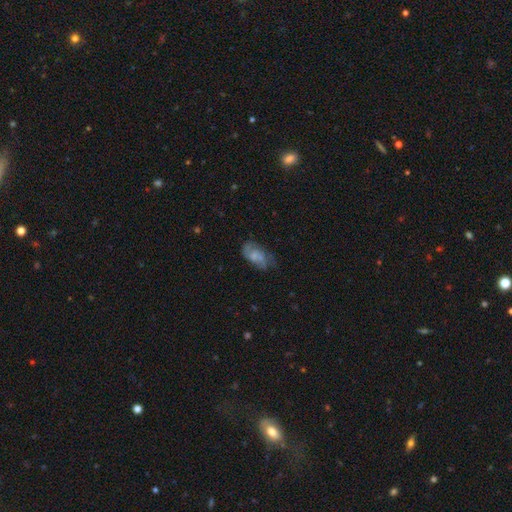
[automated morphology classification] The model was most divided on "smooth or featured": featured or disk: 47%, smooth: 44%, star or artifact: 9%. Remaining: merging — none (49%).